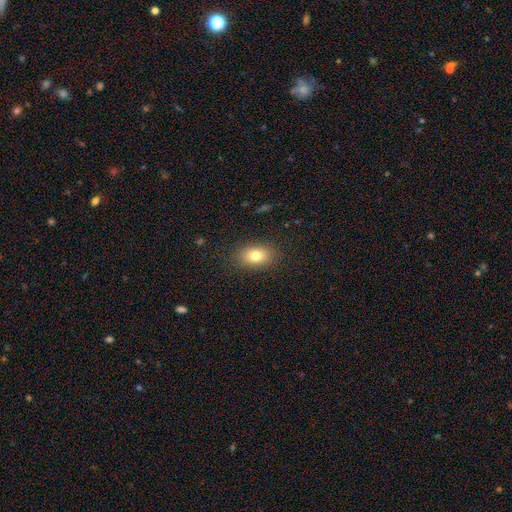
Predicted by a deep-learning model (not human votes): This appears to be a smooth galaxy with no disk features (79%) that is in between round and cigar-shaped (82%). Merging: none (87%).